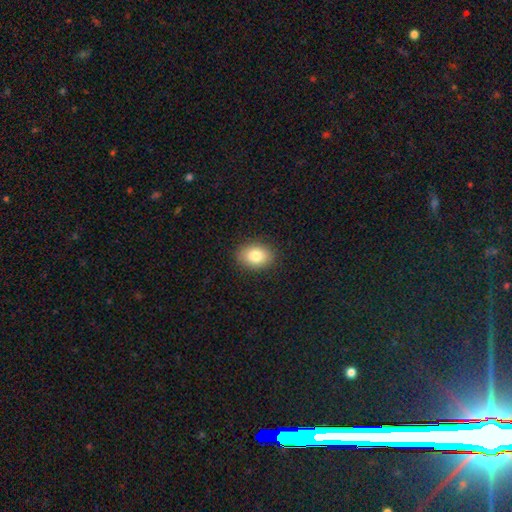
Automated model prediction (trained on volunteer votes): The model was most divided on "how rounded": in between: 72%, round: 26%, cigar-shaped: 1%. More confident: merging — none (88%); smooth or featured — smooth (83%).